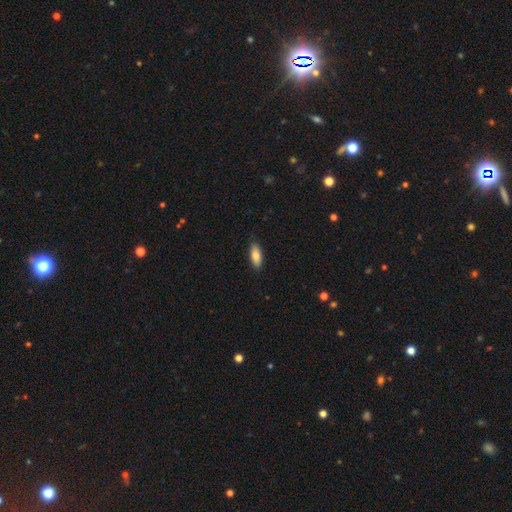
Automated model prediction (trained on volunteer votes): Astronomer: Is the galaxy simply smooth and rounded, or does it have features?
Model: smooth — 81%.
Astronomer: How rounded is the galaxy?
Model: in between — 76%.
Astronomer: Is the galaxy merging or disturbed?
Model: none — 87%.